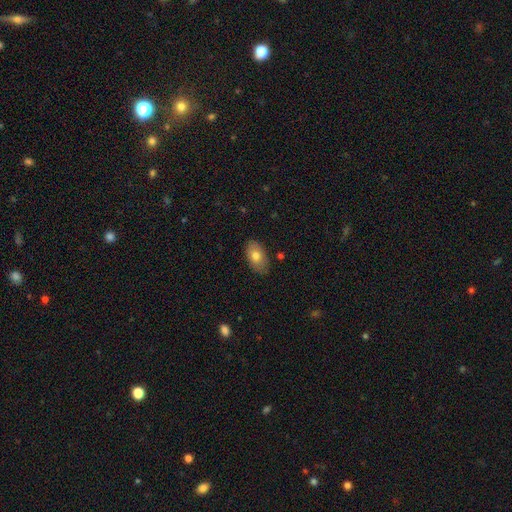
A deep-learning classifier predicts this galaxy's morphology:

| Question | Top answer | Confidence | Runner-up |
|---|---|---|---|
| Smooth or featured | smooth | 75% | featured or disk (18%) |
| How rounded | in between | 92% | round (6%) |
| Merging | none | 83% | minor disturbance (13%) |